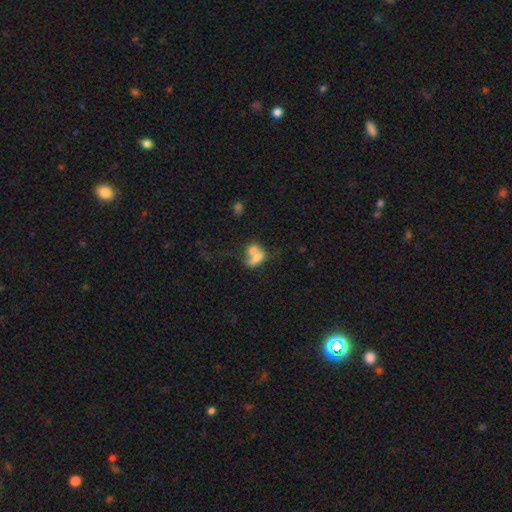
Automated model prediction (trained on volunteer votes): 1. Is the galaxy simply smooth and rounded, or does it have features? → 65% smooth, 24% featured or disk, 10% star or artifact.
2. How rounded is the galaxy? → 75% in between, 17% round, 9% cigar-shaped.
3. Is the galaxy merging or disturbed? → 64% merger, 19% none, 9% minor disturbance, 8% major disturbance.